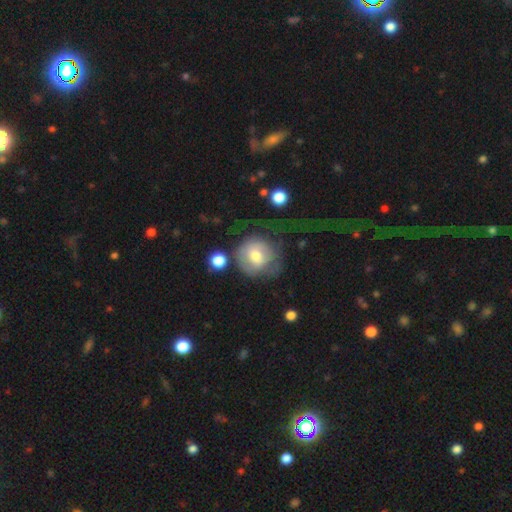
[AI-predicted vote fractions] A smooth galaxy with no disk features (55%) that is round (86%).

Vote fractions:
- Smooth or featured? smooth: 55% / featured or disk: 38% / star or artifact: 7%
- How rounded? round: 86% / in between: 13% / cigar-shaped: 1%
- Merging? none: 40% / major disturbance: 31% / minor disturbance: 23% / merger: 6%